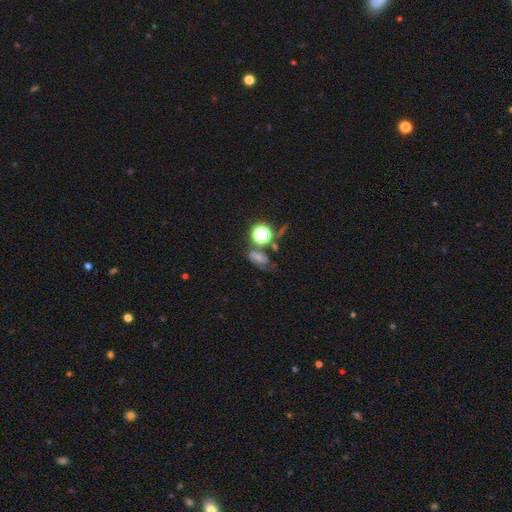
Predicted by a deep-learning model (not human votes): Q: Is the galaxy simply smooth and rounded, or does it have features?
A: star or artifact — 44%.